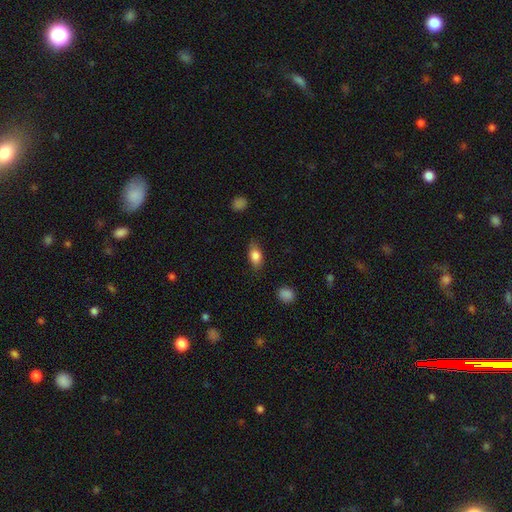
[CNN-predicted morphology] Overall: smooth (81%). How rounded: in between (85%). Merging: none (79%).